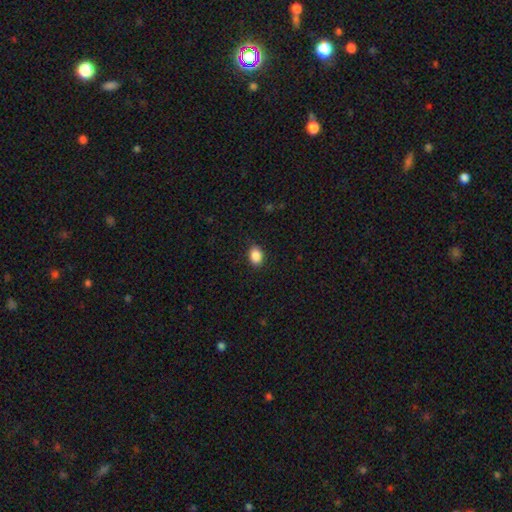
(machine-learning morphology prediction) Smooth or featured? Predicted: smooth (p=0.88). How rounded? Predicted: in between (p=0.70). Merging? Predicted: none (p=0.85).